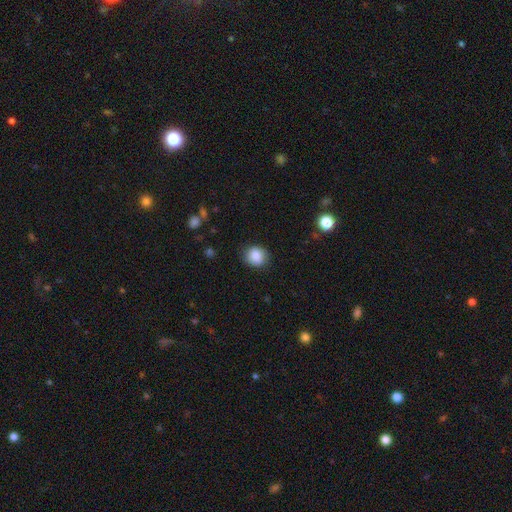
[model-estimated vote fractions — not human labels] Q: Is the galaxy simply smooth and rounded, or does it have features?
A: smooth — 84%.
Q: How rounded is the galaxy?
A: round — 76%.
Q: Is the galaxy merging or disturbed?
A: none — 85%.